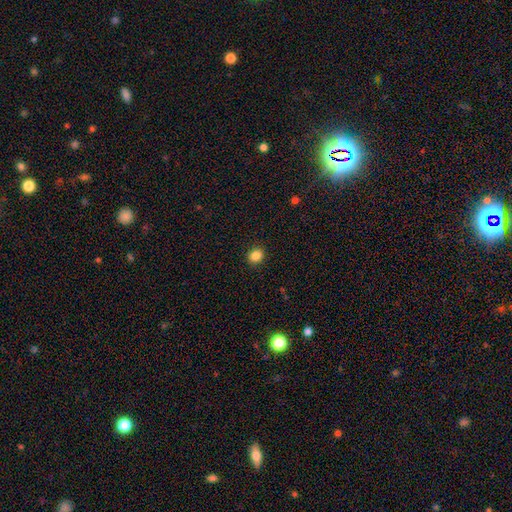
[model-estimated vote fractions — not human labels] A smooth galaxy with no disk features (85%) that is round (70%). Merging: none (91%).